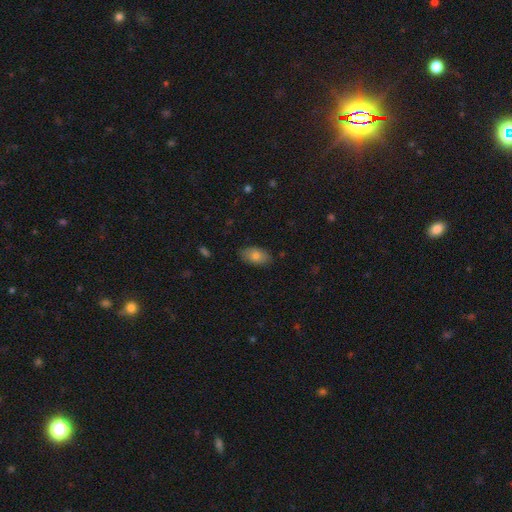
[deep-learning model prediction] Overall: smooth (76%). How rounded: in between (93%). Merging: none (83%).